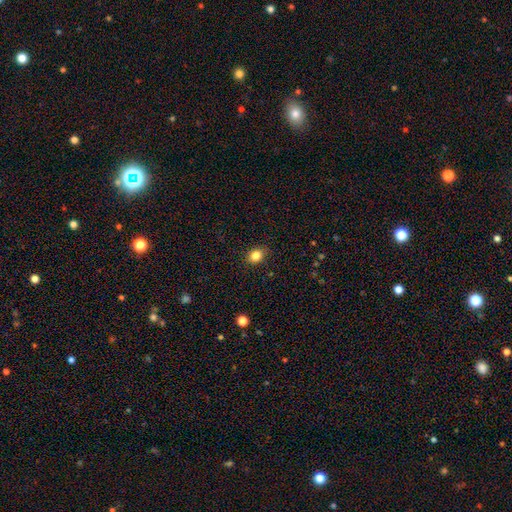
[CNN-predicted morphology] Smooth or featured? smooth (84%)
How rounded? round (57%)
Merging? none (89%)